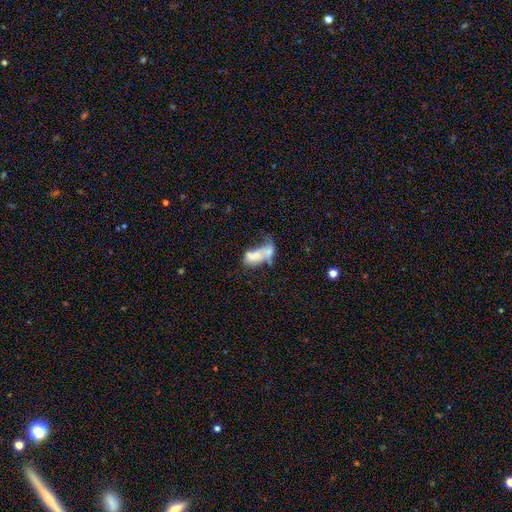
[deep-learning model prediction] smooth 57%, featured or disk 33%, star or artifact 11%. Down the decision tree: how rounded — in between (84%); merging — merger (60%).